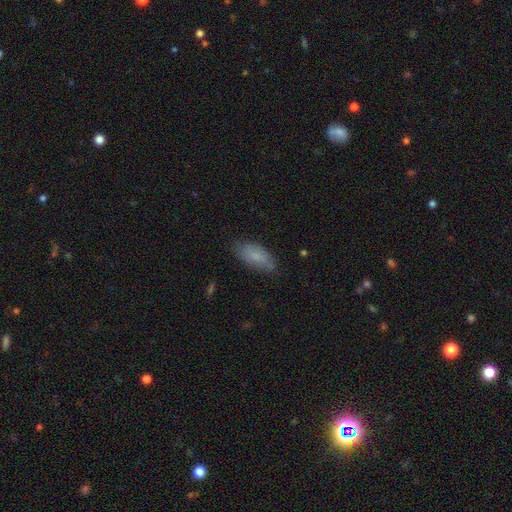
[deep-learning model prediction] Overall: smooth (80%). How rounded: in between (83%). Merging: none (77%).